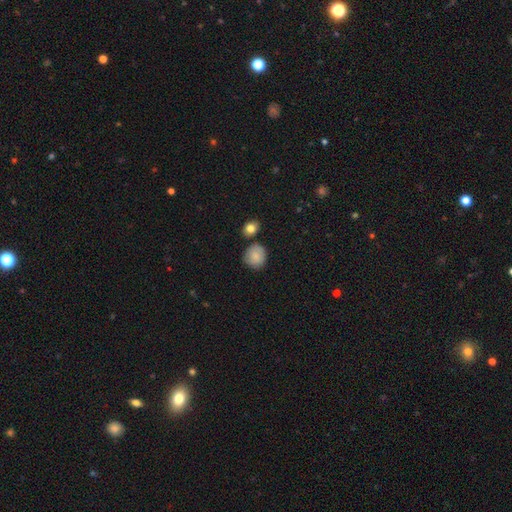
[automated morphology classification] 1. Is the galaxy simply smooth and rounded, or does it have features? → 82% smooth, 11% featured or disk, 8% star or artifact.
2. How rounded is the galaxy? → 84% round, 15% in between, 1% cigar-shaped.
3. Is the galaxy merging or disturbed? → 74% none, 16% minor disturbance, 7% merger, 3% major disturbance.